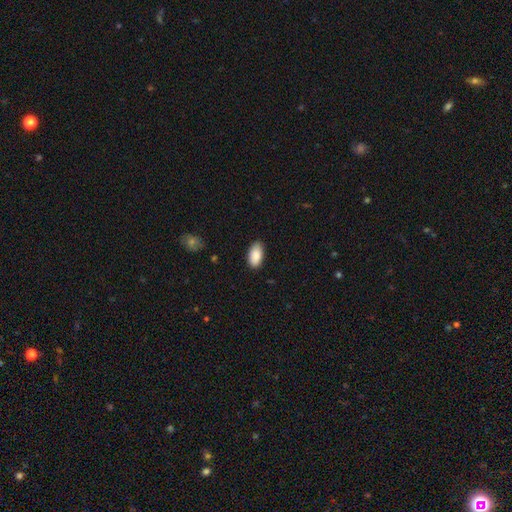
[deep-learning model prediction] Morphology: type=smooth (89%); roundness=in between (94%); merging=none (84%).